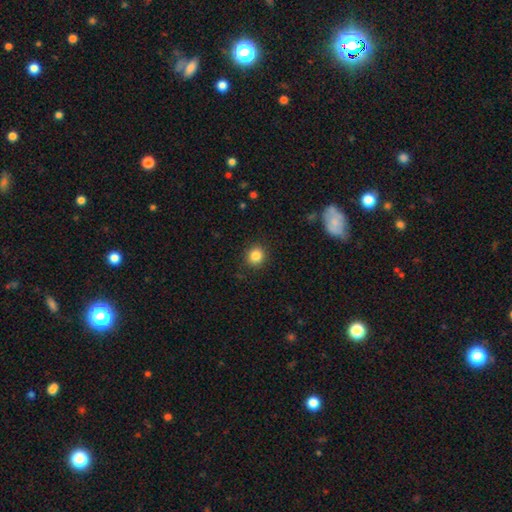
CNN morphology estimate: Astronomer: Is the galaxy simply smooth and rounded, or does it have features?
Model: smooth — 84%.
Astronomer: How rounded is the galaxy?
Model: round — 89%.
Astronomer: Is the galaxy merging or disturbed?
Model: none — 90%.